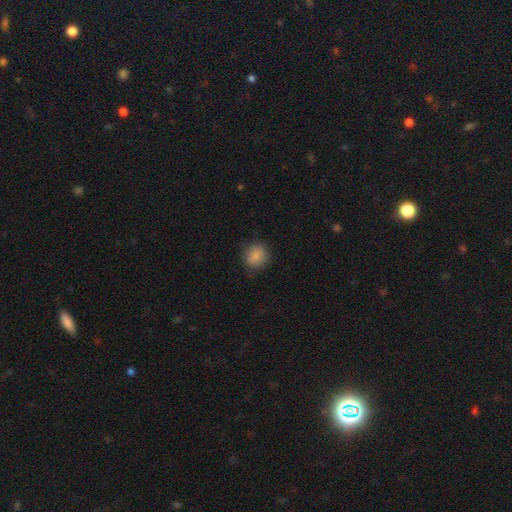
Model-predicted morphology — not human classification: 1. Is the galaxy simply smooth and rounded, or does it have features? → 86% smooth, 9% star or artifact, 5% featured or disk.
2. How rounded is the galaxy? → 81% round, 18% in between, 1% cigar-shaped.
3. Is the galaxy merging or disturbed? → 84% none, 12% minor disturbance, 3% major disturbance, 1% merger.